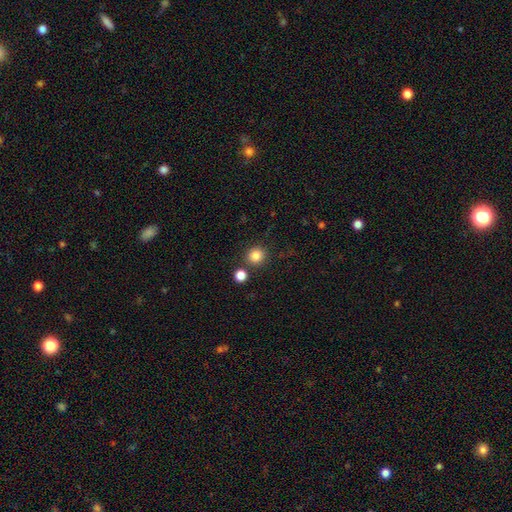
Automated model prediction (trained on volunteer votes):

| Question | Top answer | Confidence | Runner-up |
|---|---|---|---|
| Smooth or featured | smooth | 84% | star or artifact (11%) |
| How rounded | round | 91% | in between (8%) |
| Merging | none | 84% | merger (7%) |